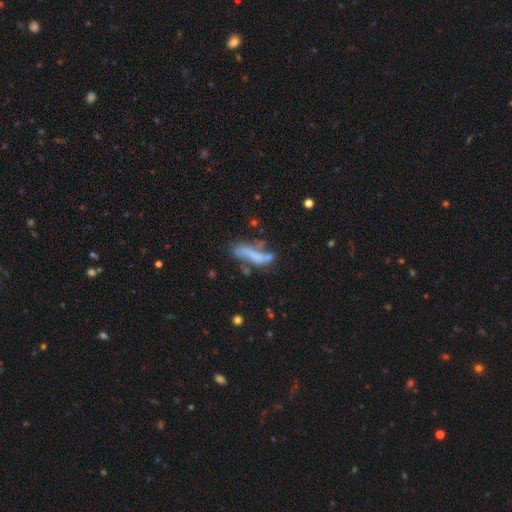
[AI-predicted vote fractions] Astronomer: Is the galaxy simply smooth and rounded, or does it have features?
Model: smooth — 51% (runner-up: featured or disk, 39%).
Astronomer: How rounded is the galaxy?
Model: cigar-shaped — 55% (runner-up: in between, 42%).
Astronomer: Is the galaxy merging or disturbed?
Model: none — 34% (runner-up: minor disturbance, 25%).